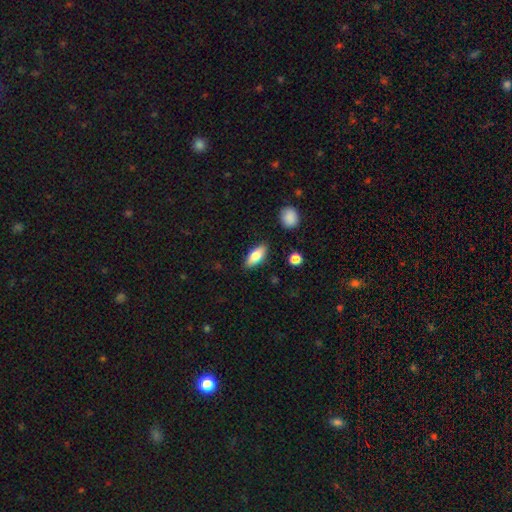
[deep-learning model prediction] smooth-or-featured: smooth: 73% | featured or disk: 21% | star or artifact: 7%
  how-rounded: in between: 79% | cigar-shaped: 17% | round: 3%
  merging: none: 85% | minor disturbance: 11% | major disturbance: 3% | merger: 2%